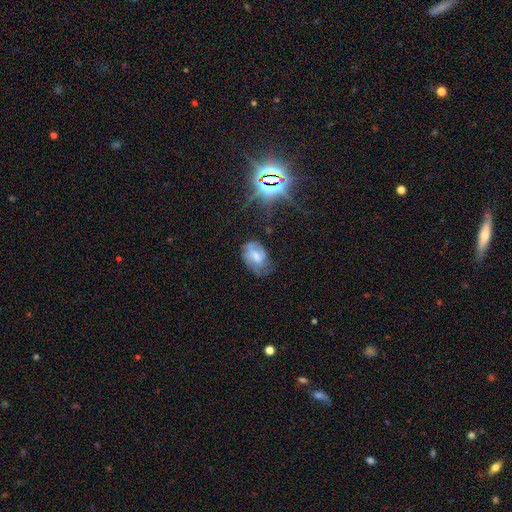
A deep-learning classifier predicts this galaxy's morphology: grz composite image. It shows a featured or disk galaxy (48%). Merging: none (48%).